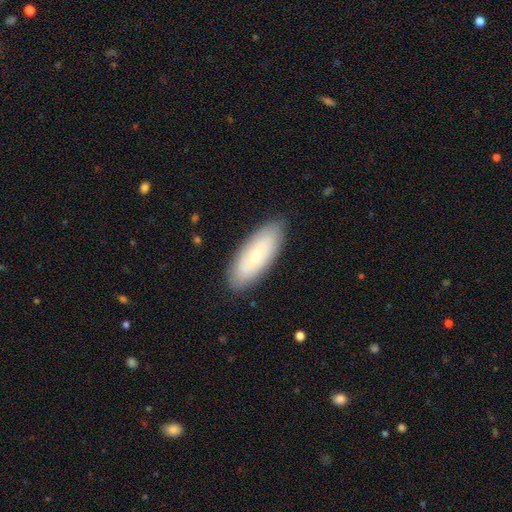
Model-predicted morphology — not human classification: Smooth or featured?
  - smooth: 53% *
  - featured or disk: 41%
  - star or artifact: 6%
How rounded?
  - in between: 77% *
  - cigar-shaped: 21%
  - round: 2%
Merging?
  - none: 87% *
  - minor disturbance: 10%
  - major disturbance: 2%
  - merger: 1%